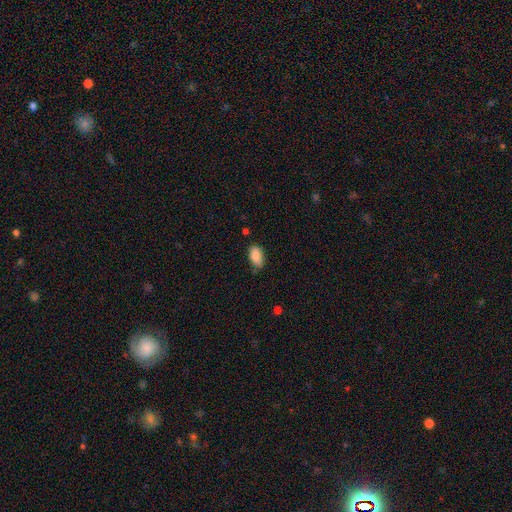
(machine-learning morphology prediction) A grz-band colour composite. It shows a smooth galaxy with no disk features (88%) that is in between round and cigar-shaped (93%). Merging: none (70%).